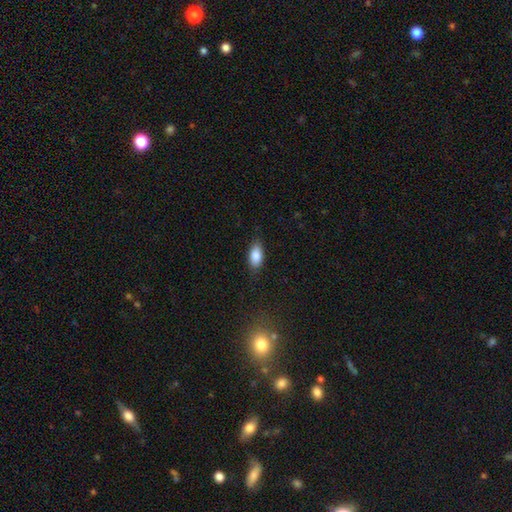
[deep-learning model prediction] Smooth or featured? Predicted: smooth (p=0.85). How rounded? Predicted: in between (p=0.90). Merging? Predicted: none (p=0.82).